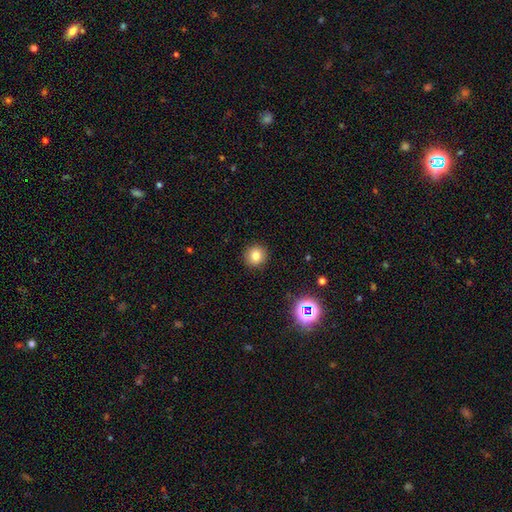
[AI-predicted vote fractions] Overall: smooth (81%). How rounded: round (91%). Merging: none (92%).